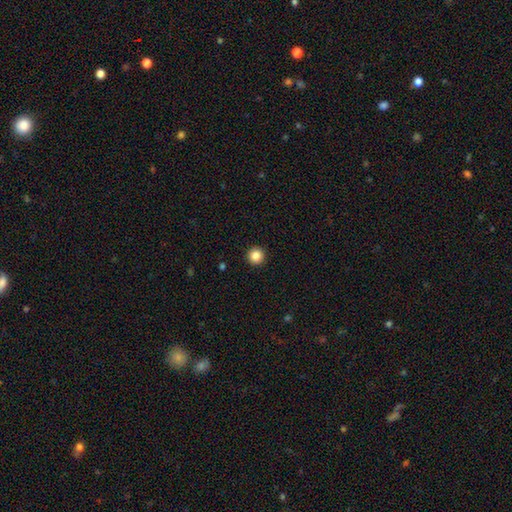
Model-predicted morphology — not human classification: A smooth galaxy with no disk features (85%) that is round (96%).

Vote fractions:
- Smooth or featured? smooth: 85% / star or artifact: 11% / featured or disk: 4%
- How rounded? round: 96% / in between: 3% / cigar-shaped: 1%
- Merging? none: 94% / minor disturbance: 4% / major disturbance: 1% / merger: 1%